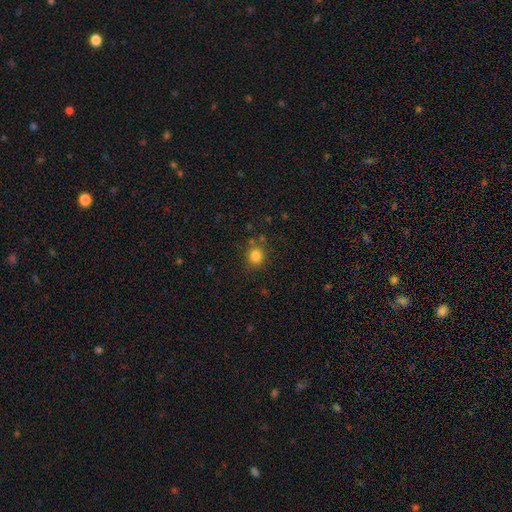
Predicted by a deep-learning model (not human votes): smooth_or_featured: smooth (p=0.82) [alt: star or artifact p=0.13]
how_rounded: round (p=0.84) [alt: in between p=0.15]
merging: none (p=0.82) [alt: minor disturbance p=0.10]